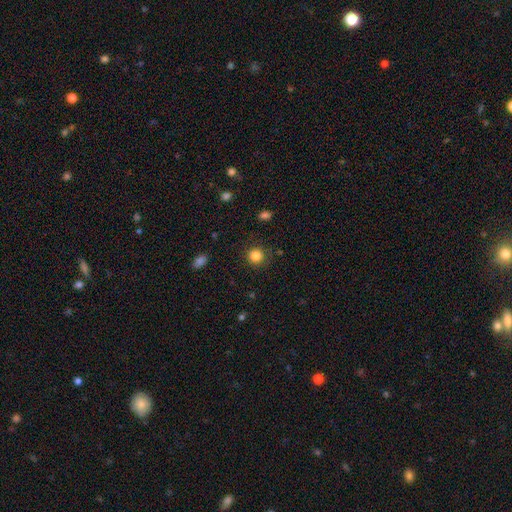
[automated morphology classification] The model was most divided on "smooth or featured": smooth: 84%, star or artifact: 12%, featured or disk: 4%. More confident: how rounded — round (92%); merging — none (88%).